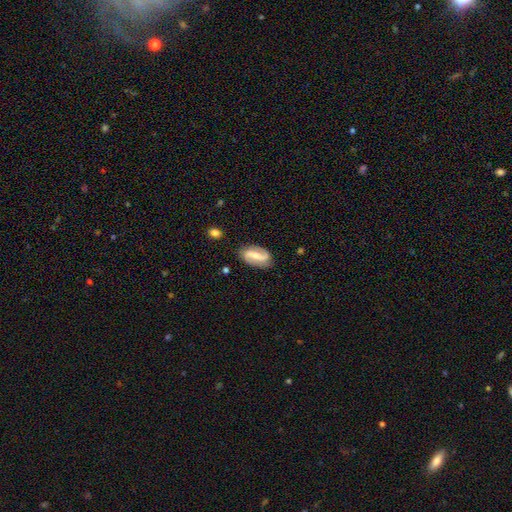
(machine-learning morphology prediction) type=featured or disk (78%); edge-on=no (96%); bar=strong (45%); spiral arms=yes (94%); winding=loose (48%); arm count=2 (91%); bulge=small (47%); merging=none (83%).